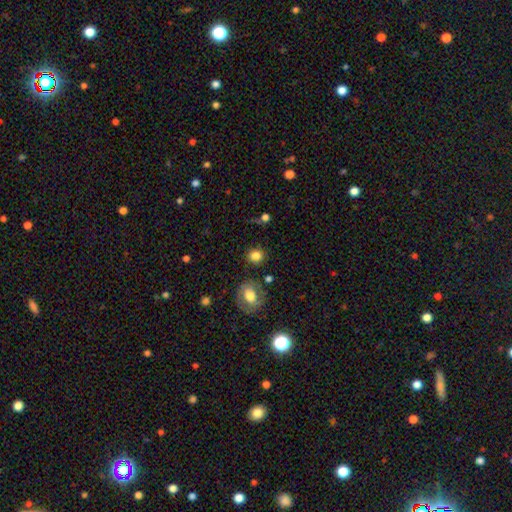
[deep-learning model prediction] Smooth or featured?
  - smooth: 83% *
  - star or artifact: 10%
  - featured or disk: 7%
How rounded?
  - round: 81% *
  - in between: 18%
  - cigar-shaped: 1%
Merging?
  - none: 84% *
  - minor disturbance: 9%
  - merger: 4%
  - major disturbance: 3%